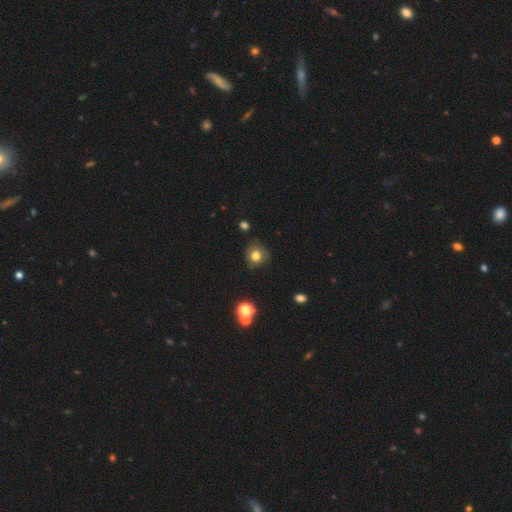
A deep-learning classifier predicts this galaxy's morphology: This appears to be a smooth galaxy with no disk features (78%) that is round (82%). Merging: none (74%).